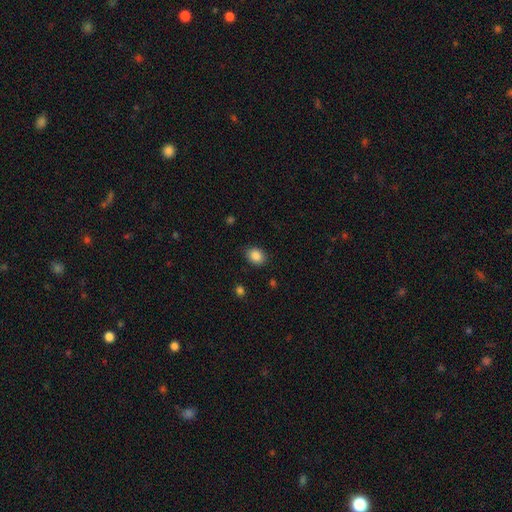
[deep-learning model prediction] This is clearly a smooth galaxy (88%). How rounded: possibly in between (59%). Merging: clearly none (86%).